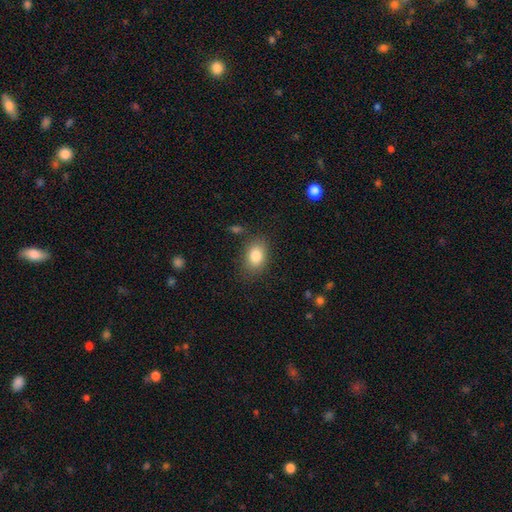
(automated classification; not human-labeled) Morphology: type=smooth (83%); roundness=in between (76%); merging=none (79%).